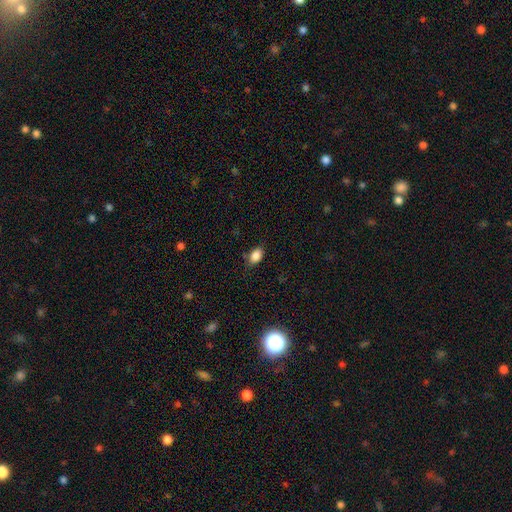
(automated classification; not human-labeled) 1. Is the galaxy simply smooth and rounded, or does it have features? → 87% smooth, 9% star or artifact, 4% featured or disk.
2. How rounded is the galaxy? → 87% in between, 11% round, 2% cigar-shaped.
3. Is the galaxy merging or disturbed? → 78% none, 17% minor disturbance, 4% major disturbance, 2% merger.